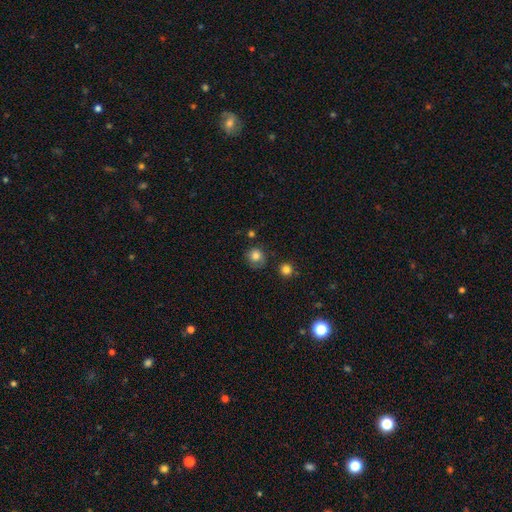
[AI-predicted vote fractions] Smooth or featured: smooth — 81% (star or artifact — 11%)
How rounded: round — 86% (in between — 13%)
Merging: none — 71% (minor disturbance — 20%)